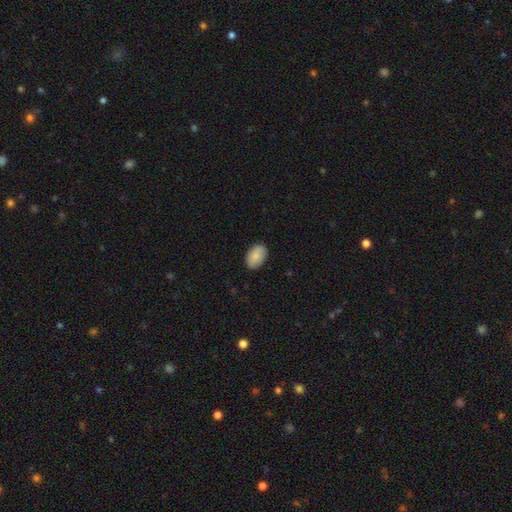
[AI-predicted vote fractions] Q: Smooth or featured?
A: smooth (87%); runner-up: featured or disk (7%)
Q: How rounded?
A: in between (88%); runner-up: round (11%)
Q: Merging?
A: none (88%); runner-up: minor disturbance (9%)